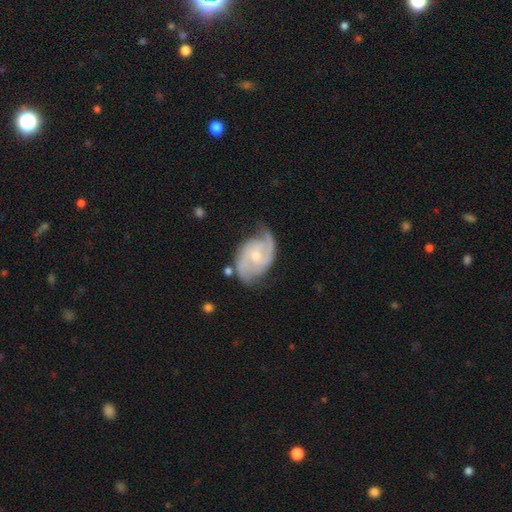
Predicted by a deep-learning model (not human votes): The model was most divided on "bulge size": moderate: 51%, small: 45%, large: 2%, none: 2%, dominant: 1%. Remaining: edge-on disk — no (97%); spiral arms — yes (95%); smooth or featured — featured or disk (85%); spiral arm count — 2 (79%); merging — none (60%); bar — no (60%); spiral winding — medium (46%).